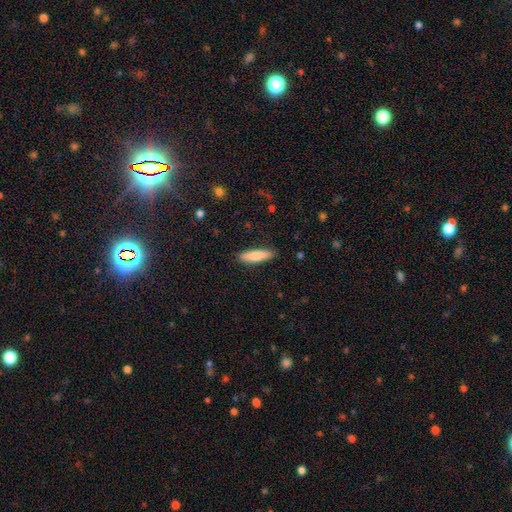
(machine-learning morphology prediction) smooth-or-featured: smooth: 79% | featured or disk: 16% | star or artifact: 6%
  how-rounded: cigar-shaped: 70% | in between: 29% | round: 2%
  merging: none: 88% | minor disturbance: 9% | major disturbance: 2% | merger: 1%